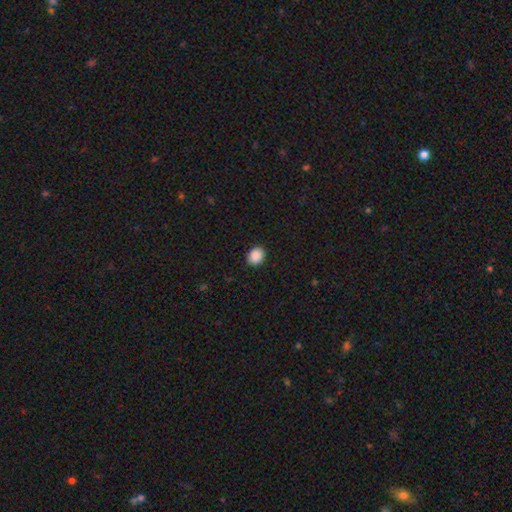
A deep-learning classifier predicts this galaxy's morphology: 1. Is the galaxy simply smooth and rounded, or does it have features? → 90% smooth, 8% star or artifact, 2% featured or disk.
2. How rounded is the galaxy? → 53% round, 46% in between, 1% cigar-shaped.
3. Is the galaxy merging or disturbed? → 91% none, 6% minor disturbance, 2% major disturbance, 1% merger.